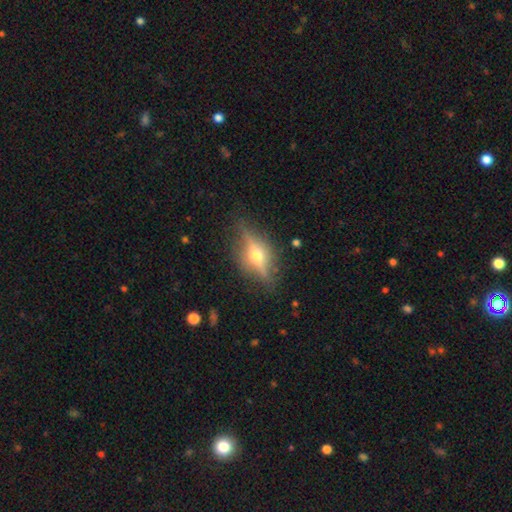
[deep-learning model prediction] smooth_or_featured: featured or disk (p=0.68) [alt: smooth p=0.23]
disk_edge_on: yes (p=0.89) [alt: no p=0.11]
edge_on_bulge: rounded (p=0.95) [alt: boxy p=0.03]
merging: none (p=0.82) [alt: minor disturbance p=0.13]